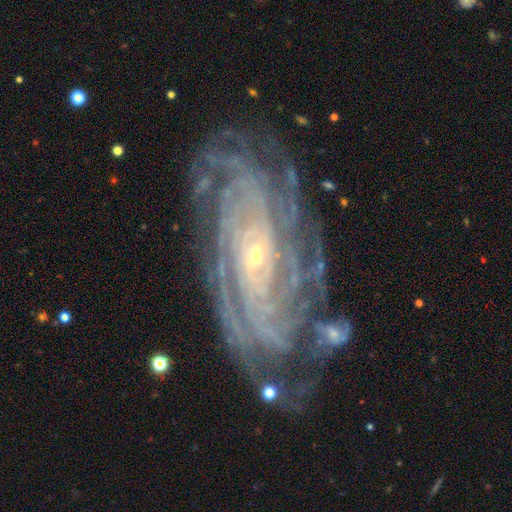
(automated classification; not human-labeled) Smooth or featured? featured or disk (89%)
Edge-on disk? no (95%)
Bar? no (62%)
Spiral arms? yes (98%)
Spiral winding? tight (79%)
Spiral arm count? more than 4 (27%)
Bulge size? small (83%)
Merging? none (79%)